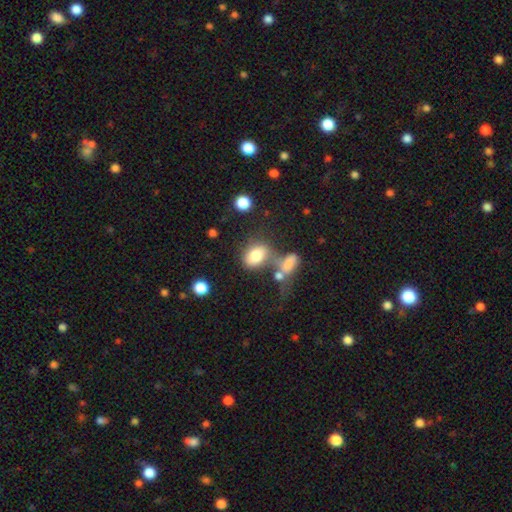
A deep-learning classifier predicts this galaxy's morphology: Overall: smooth (75%). How rounded: in between (74%). Merging: none (37%; merger 36%).